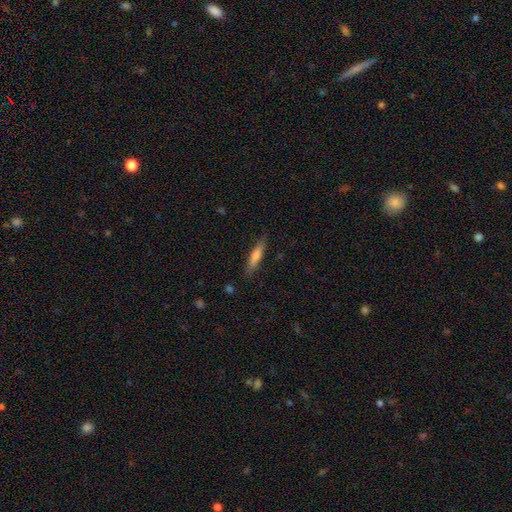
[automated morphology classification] Smooth or featured: smooth — 66% (featured or disk — 28%)
How rounded: cigar-shaped — 86% (in between — 13%)
Merging: none — 83% (minor disturbance — 13%)